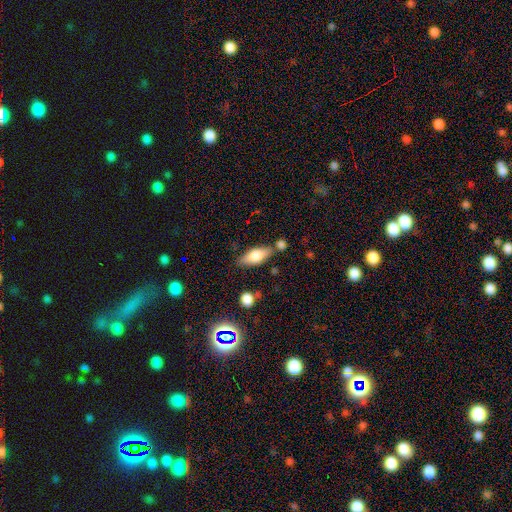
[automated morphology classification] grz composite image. It shows a smooth galaxy with no disk features (63%) that is in between round and cigar-shaped (71%). Merging: none (73%).